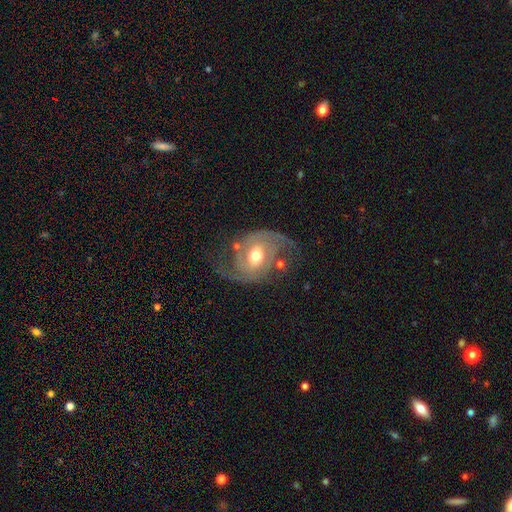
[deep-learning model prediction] The model was most divided on "bar": no: 57%, weak: 33%, strong: 10%. More confident: edge-on disk — no (97%); spiral arms — yes (96%); spiral arm count — 2 (91%); smooth or featured — featured or disk (88%); bulge size — moderate (76%); merging — none (65%); spiral winding — medium (51%).